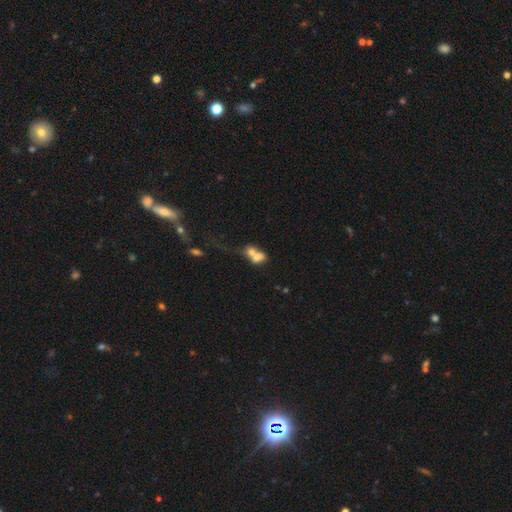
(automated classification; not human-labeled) A smooth galaxy with no disk features (67%) that is in between round and cigar-shaped (63%).

Vote fractions:
- Smooth or featured? smooth: 67% / featured or disk: 23% / star or artifact: 10%
- How rounded? in between: 63% / round: 34% / cigar-shaped: 3%
- Merging? merger: 72% / none: 14% / major disturbance: 8% / minor disturbance: 6%